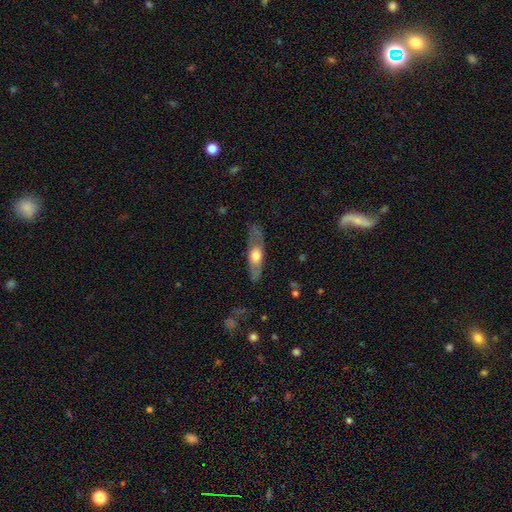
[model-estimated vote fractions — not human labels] This is possibly a featured or disk galaxy (52%). It is likely viewed edge-on (63%). Merging: likely none (75%).